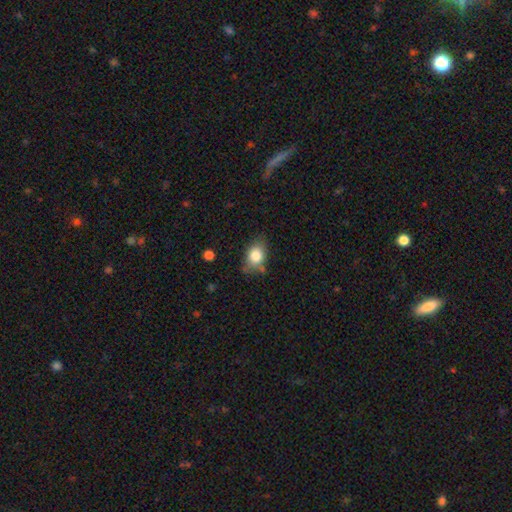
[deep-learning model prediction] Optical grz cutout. It shows a smooth galaxy with no disk features (82%) that is in between round and cigar-shaped (68%). Merging: none (67%).